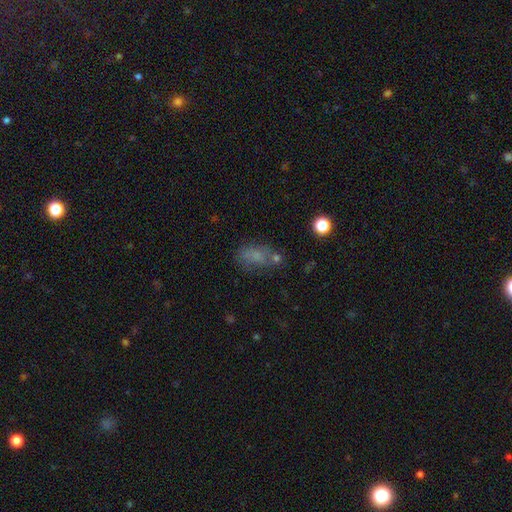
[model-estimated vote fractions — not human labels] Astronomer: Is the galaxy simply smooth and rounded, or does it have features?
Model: smooth — 60%.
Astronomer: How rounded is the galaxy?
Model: in between — 81%.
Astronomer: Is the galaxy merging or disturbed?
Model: none — 51%.